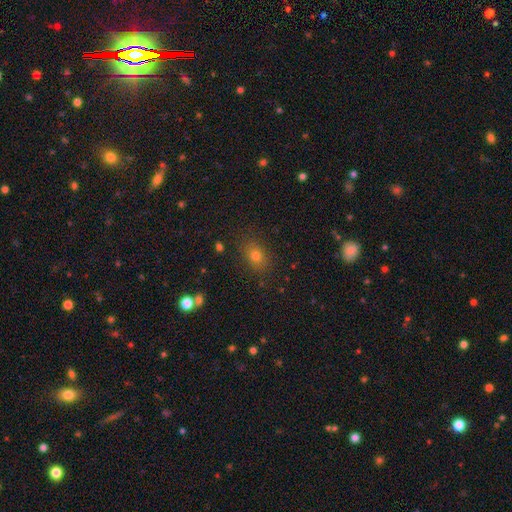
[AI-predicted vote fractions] Morphology: type=smooth (73%); roundness=in between (59%); merging=none (84%).